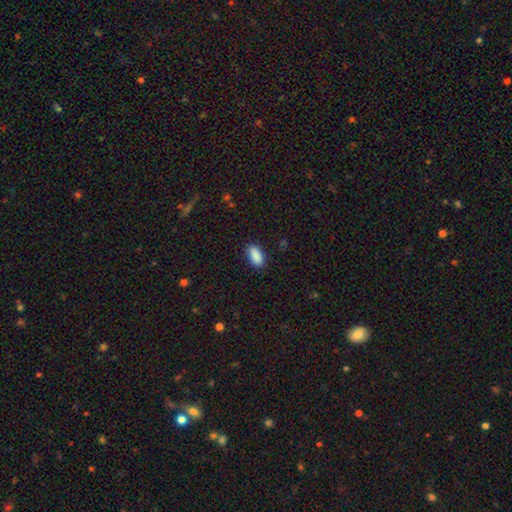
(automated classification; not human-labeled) smooth_or_featured: smooth (p=0.90) [alt: star or artifact p=0.07]
how_rounded: in between (p=0.90) [alt: cigar-shaped p=0.08]
merging: none (p=0.86) [alt: minor disturbance p=0.10]